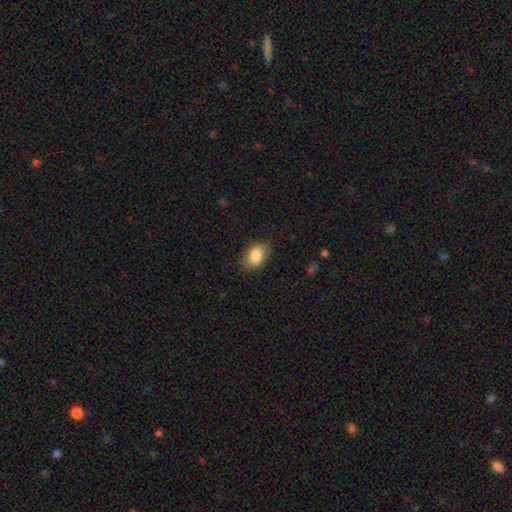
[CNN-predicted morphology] type=smooth (84%); roundness=in between (86%); merging=none (82%).